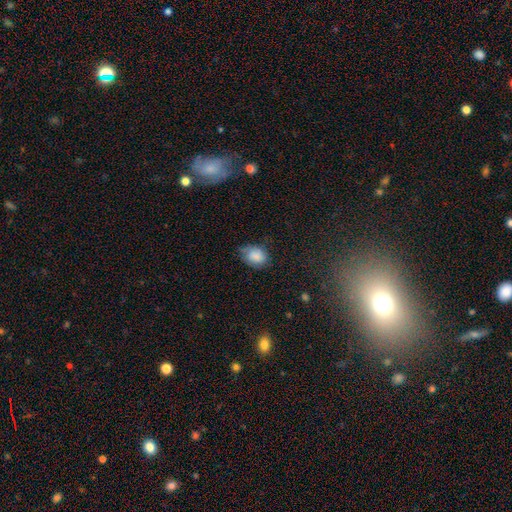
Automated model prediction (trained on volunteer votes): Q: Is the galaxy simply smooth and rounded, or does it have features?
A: smooth — 81%.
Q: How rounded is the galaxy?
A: in between — 62%.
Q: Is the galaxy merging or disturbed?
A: none — 59%.